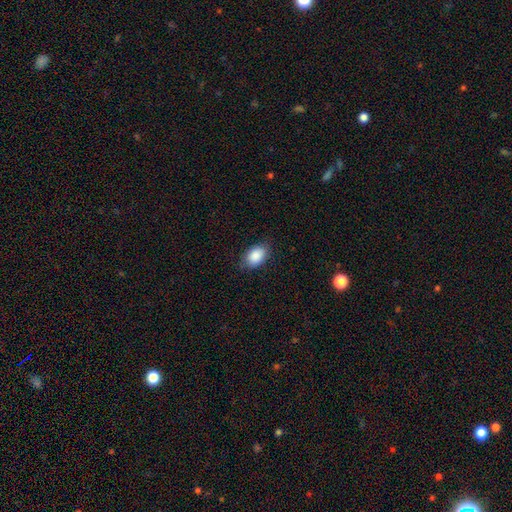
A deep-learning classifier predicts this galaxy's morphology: type=smooth (88%); roundness=in between (88%); merging=none (81%).